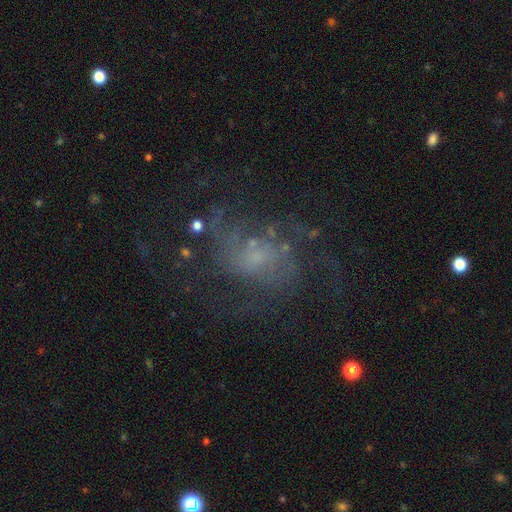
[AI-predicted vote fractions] The model was most divided on "spiral winding": medium: 44%, tight: 29%, loose: 28%. Remaining: edge-on disk — no (97%); spiral arms — yes (82%); smooth or featured — featured or disk (71%); bar — no (66%); merging — none (60%); bulge size — small (47%); spiral arm count — can't tell (41%).